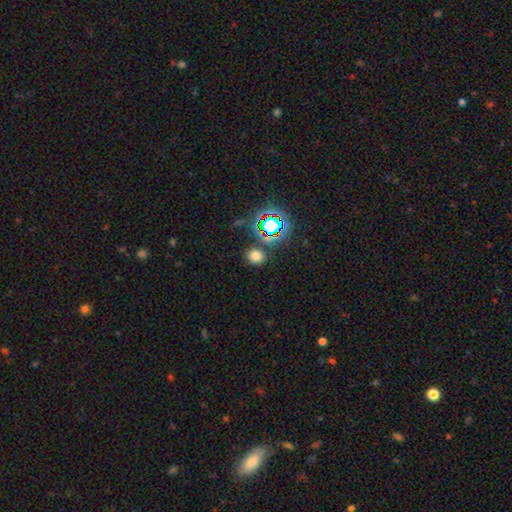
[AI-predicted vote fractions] The model was most divided on "smooth or featured": smooth: 69%, star or artifact: 25%, featured or disk: 6%. More confident: merging — none (82%); how rounded — round (77%).